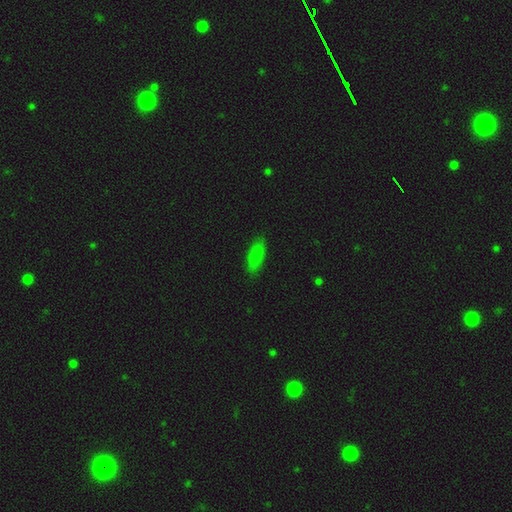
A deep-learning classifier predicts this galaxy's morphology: smooth 83%, star or artifact 8%, featured or disk 8%. Down the decision tree: how rounded — in between (72%); merging — none (84%).